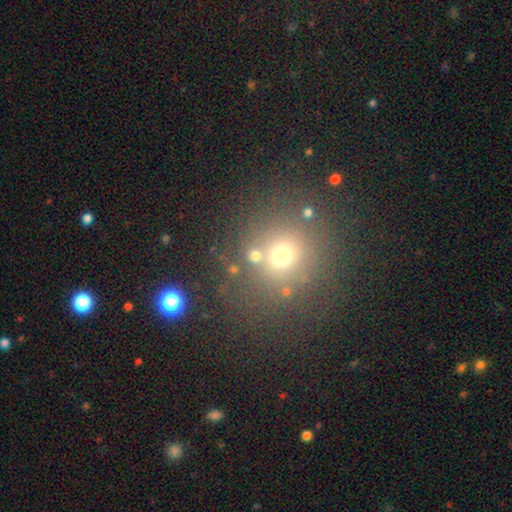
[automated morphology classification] smooth 65%, star or artifact 25%, featured or disk 10%. Down the decision tree: how rounded — round (85%); merging — none (70%).